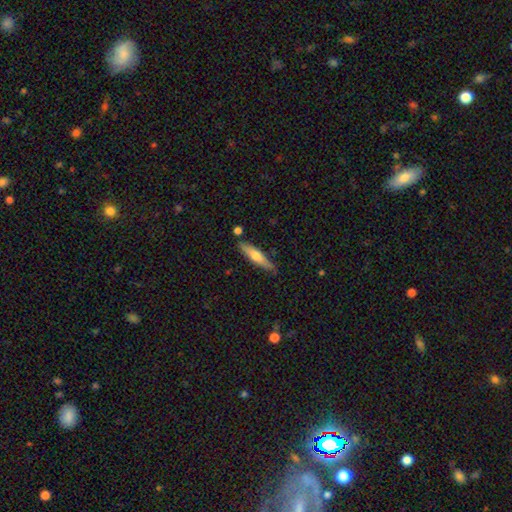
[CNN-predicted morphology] Smooth or featured? smooth (54%)
How rounded? cigar-shaped (80%)
Merging? none (81%)